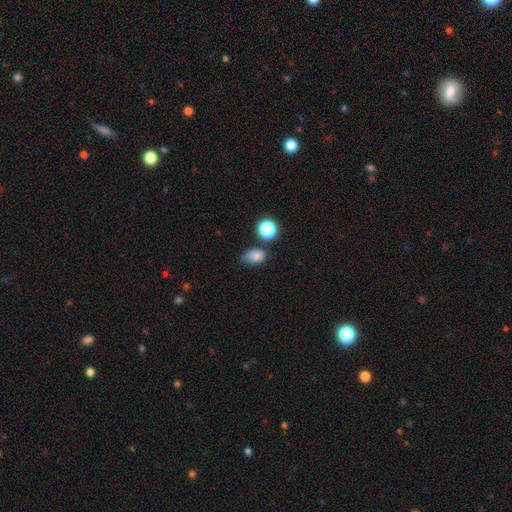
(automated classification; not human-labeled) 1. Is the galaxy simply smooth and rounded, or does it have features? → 79% smooth, 14% star or artifact, 7% featured or disk.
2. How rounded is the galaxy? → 77% in between, 22% round, 2% cigar-shaped.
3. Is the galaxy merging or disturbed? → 50% none, 33% minor disturbance, 9% major disturbance, 8% merger.